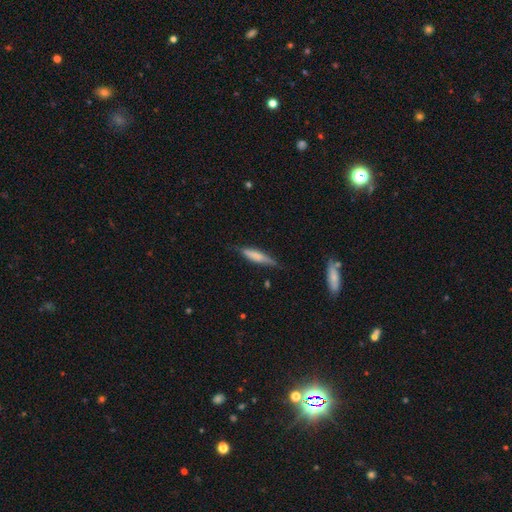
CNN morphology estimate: A smooth galaxy with no disk features (60%) that is cigar-shaped (78%). Merging: none (74%).